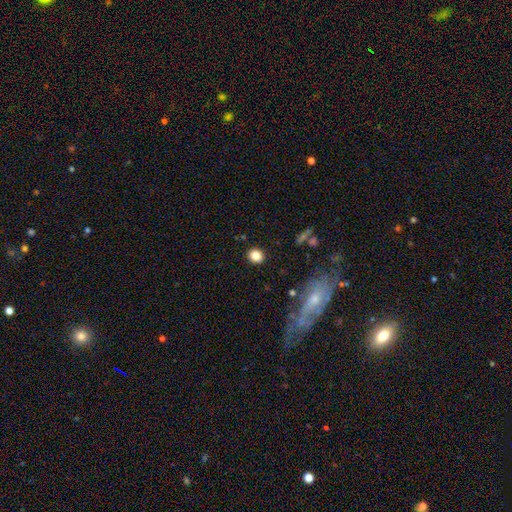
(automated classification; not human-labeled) A smooth galaxy with no disk features (83%) that is round (79%).

Vote fractions:
- Smooth or featured? smooth: 83% / star or artifact: 10% / featured or disk: 7%
- How rounded? round: 79% / in between: 20% / cigar-shaped: 1%
- Merging? none: 90% / minor disturbance: 6% / major disturbance: 2% / merger: 2%